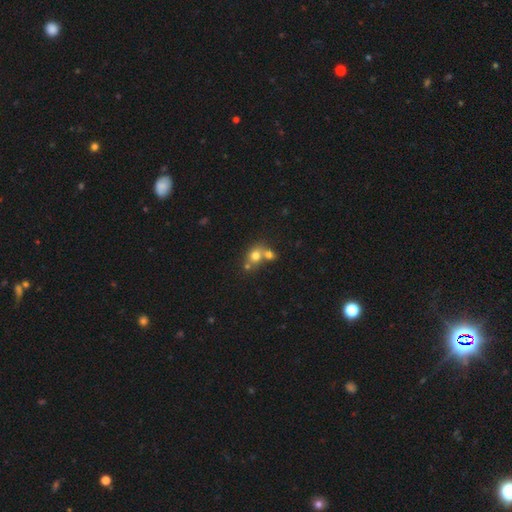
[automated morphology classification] smooth 72%, featured or disk 14%, star or artifact 13%. Down the decision tree: how rounded — round (69%); merging — merger (53%).